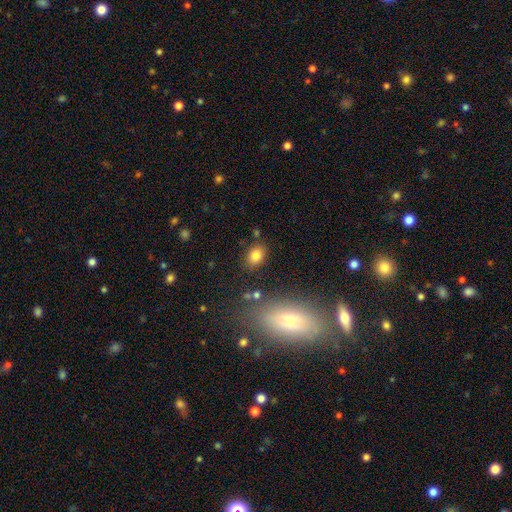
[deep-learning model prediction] Smooth or featured? Predicted: smooth (p=0.81). How rounded? Predicted: in between (p=0.69). Merging? Predicted: none (p=0.82).